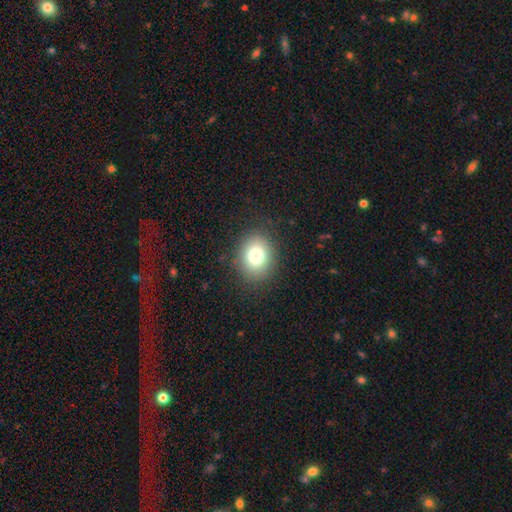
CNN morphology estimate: This is likely a smooth galaxy (78%). How rounded: possibly round (59%). Merging: clearly none (86%).